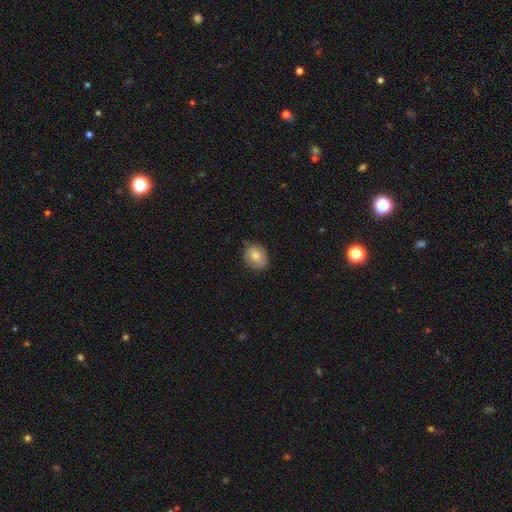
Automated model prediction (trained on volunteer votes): This appears to be a smooth galaxy with no disk features (77%) that is round (67%). Merging: none (76%).